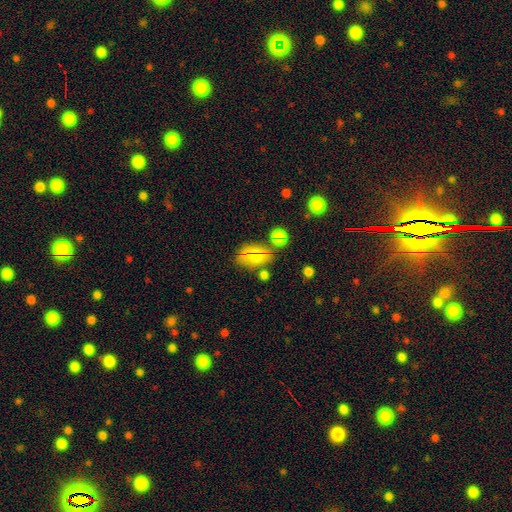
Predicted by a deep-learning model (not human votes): Overall: smooth (64%). How rounded: in between (80%). Merging: none (65%).